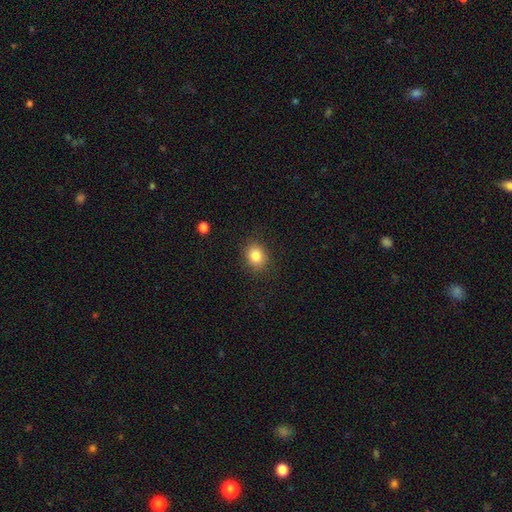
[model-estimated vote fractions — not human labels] Smooth or featured? smooth (84%)
How rounded? round (62%)
Merging? none (87%)